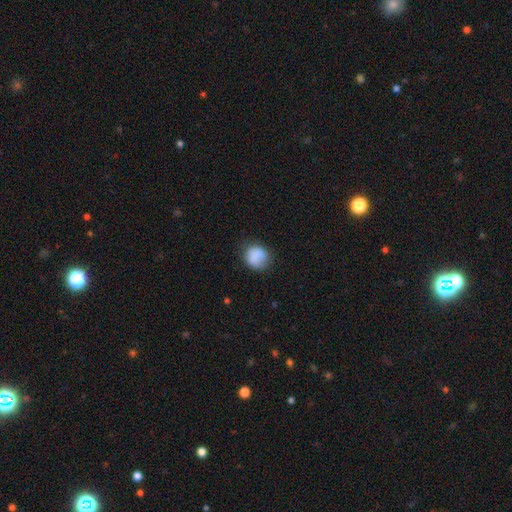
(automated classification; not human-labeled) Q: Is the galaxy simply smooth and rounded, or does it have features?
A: smooth — 84%.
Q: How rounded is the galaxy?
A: round — 81%.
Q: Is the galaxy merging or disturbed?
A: none — 71%.